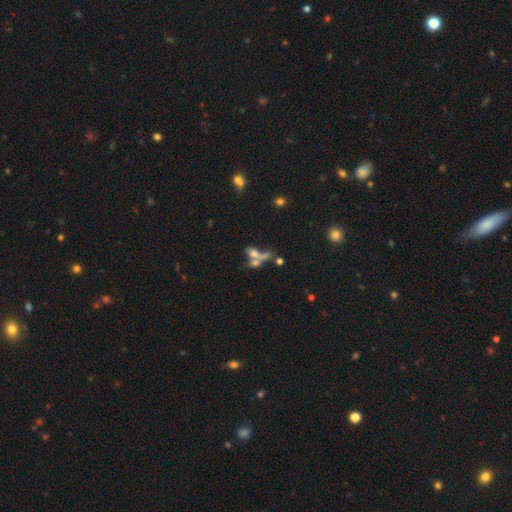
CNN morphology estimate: A smooth galaxy with no disk features (52%) that is in between round and cigar-shaped (59%). Merging: merger (55%).